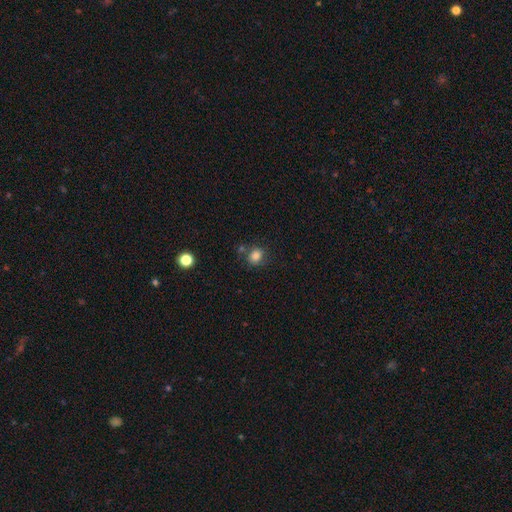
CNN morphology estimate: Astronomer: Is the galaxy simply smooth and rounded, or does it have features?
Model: smooth — 81%.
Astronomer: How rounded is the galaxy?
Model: round — 67%.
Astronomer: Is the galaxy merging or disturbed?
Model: none — 70%.